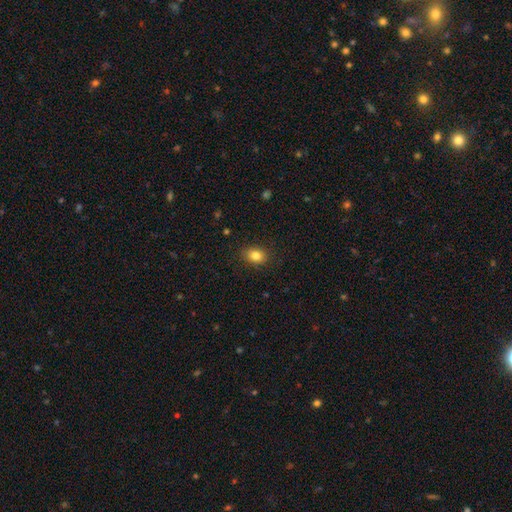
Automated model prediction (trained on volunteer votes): Q: Smooth or featured?
A: smooth (83%); runner-up: star or artifact (10%)
Q: How rounded?
A: in between (62%); runner-up: round (37%)
Q: Merging?
A: none (88%); runner-up: minor disturbance (9%)